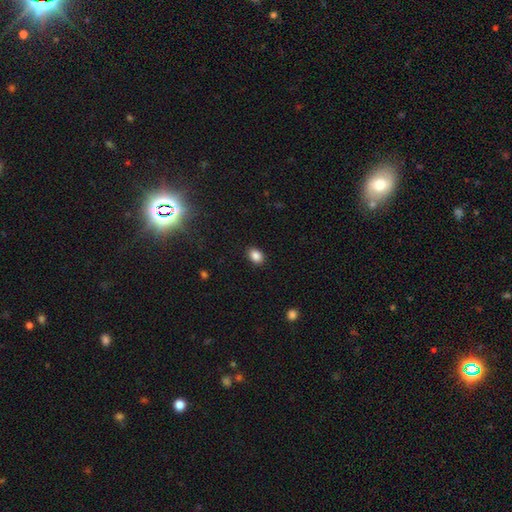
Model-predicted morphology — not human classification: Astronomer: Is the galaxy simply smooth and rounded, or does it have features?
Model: smooth — 87%.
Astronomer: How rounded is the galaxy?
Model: in between — 77%.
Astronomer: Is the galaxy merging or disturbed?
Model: none — 89%.